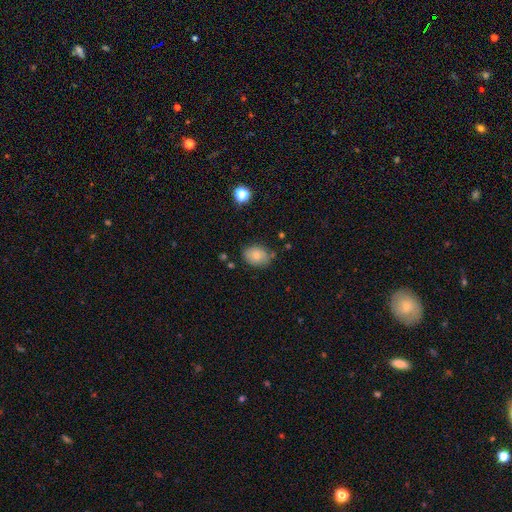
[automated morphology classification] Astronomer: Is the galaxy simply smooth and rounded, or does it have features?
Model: smooth — 77%.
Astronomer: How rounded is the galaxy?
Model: in between — 61% (runner-up: round, 38%).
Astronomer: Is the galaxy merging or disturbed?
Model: none — 69%.